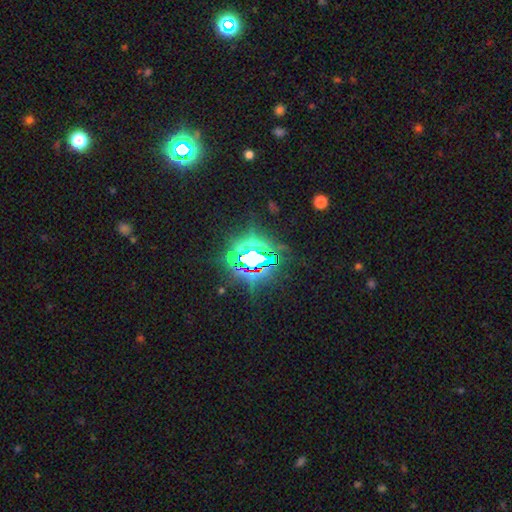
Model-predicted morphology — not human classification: Q: Smooth or featured?
A: star or artifact (80%); runner-up: smooth (11%)